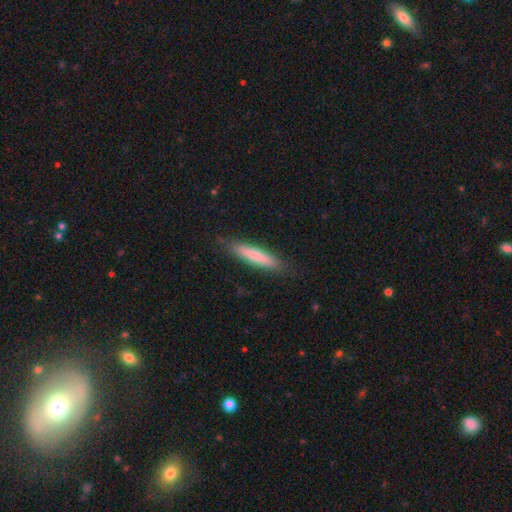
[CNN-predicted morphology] smooth-or-featured: smooth: 78% | featured or disk: 16% | star or artifact: 6%
  how-rounded: cigar-shaped: 89% | in between: 10% | round: 1%
  merging: none: 86% | minor disturbance: 10% | major disturbance: 2% | merger: 1%